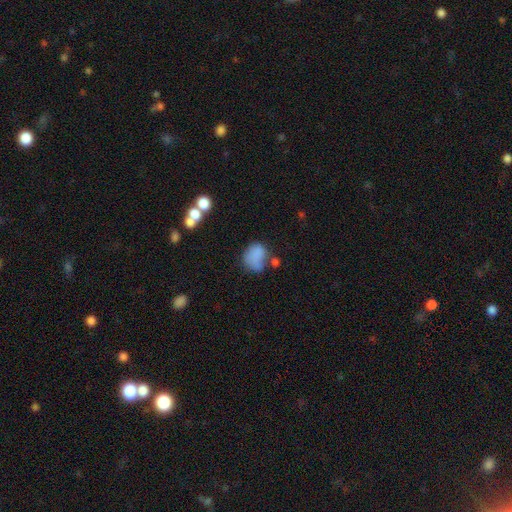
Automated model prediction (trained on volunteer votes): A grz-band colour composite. It shows a smooth galaxy with no disk features (76%) that is in between round and cigar-shaped (57%). Merging: none (39%).